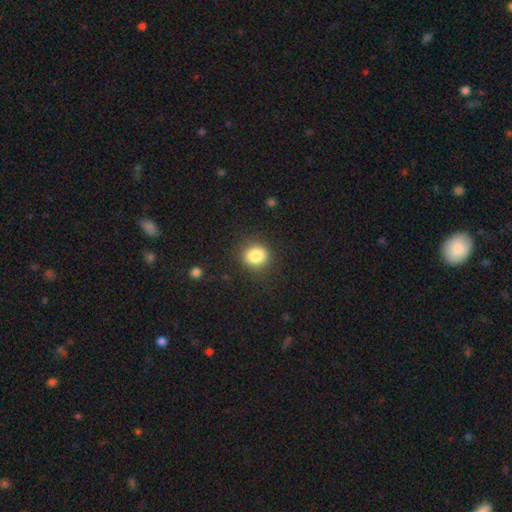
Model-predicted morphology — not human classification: The model was most divided on "how rounded": round: 75%, in between: 24%, cigar-shaped: 1%. More confident: merging — none (86%); smooth or featured — smooth (85%).